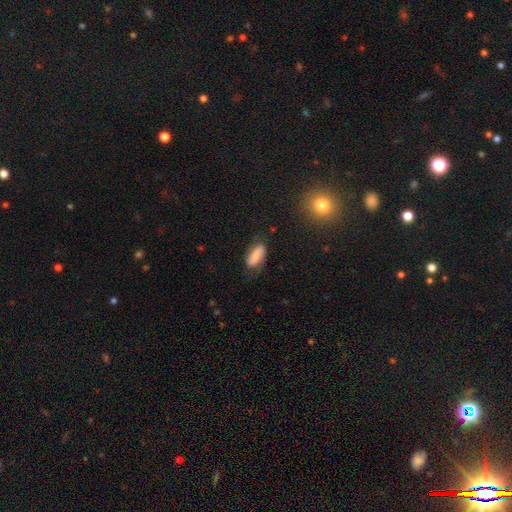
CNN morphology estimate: This appears to be a smooth galaxy with no disk features (70%) that is in between round and cigar-shaped (76%). Merging: none (60%).